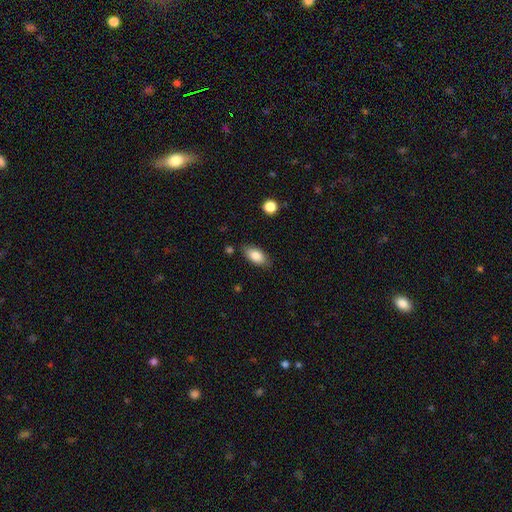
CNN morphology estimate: This is clearly a smooth galaxy (84%). How rounded: clearly in between (91%). Merging: clearly none (82%).